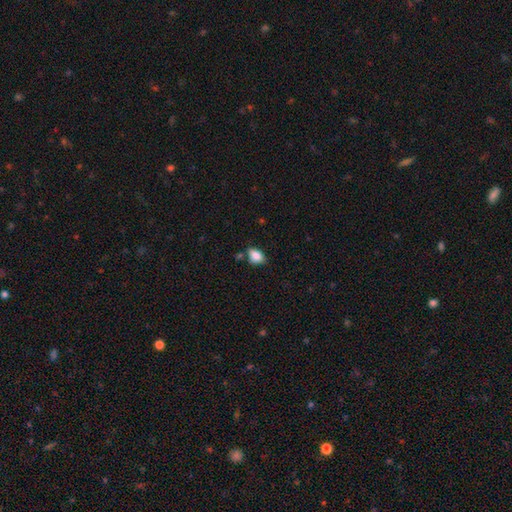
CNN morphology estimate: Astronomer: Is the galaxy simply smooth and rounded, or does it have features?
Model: smooth — 86%.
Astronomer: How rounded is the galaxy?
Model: in between — 81%.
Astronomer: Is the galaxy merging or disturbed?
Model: none — 69%.